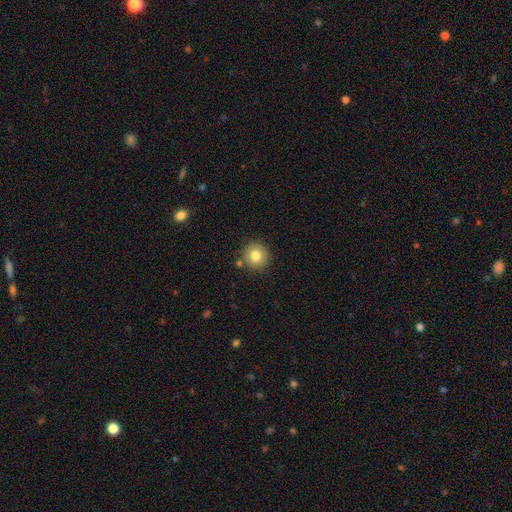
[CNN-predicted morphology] This is clearly a smooth galaxy (80%). How rounded: clearly round (93%). Merging: clearly none (84%).